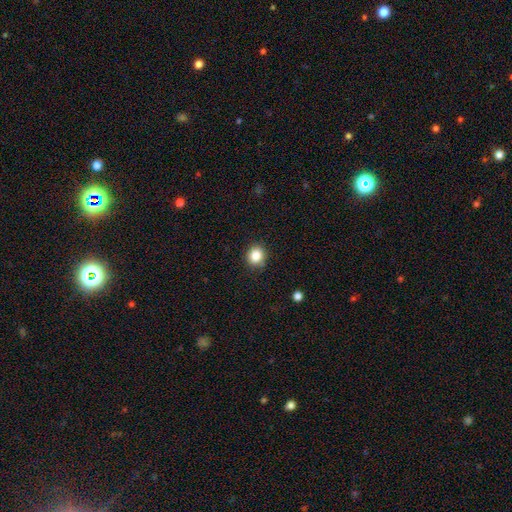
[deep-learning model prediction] Smooth or featured? Predicted: smooth (p=0.85). How rounded? Predicted: round (p=0.84). Merging? Predicted: none (p=0.87).